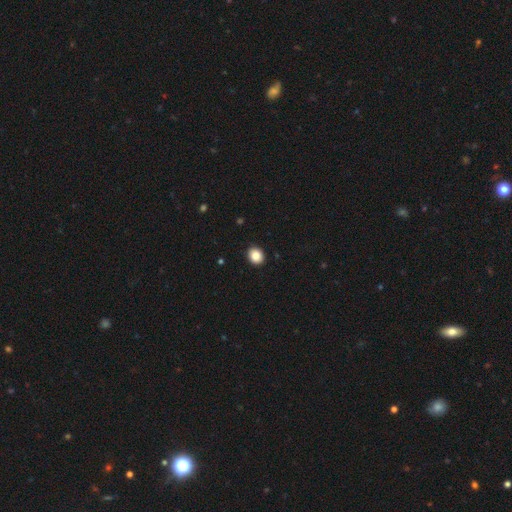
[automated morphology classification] smooth_or_featured: smooth (p=0.86) [alt: star or artifact p=0.09]
how_rounded: round (p=0.67) [alt: in between p=0.32]
merging: none (p=0.91) [alt: minor disturbance p=0.06]